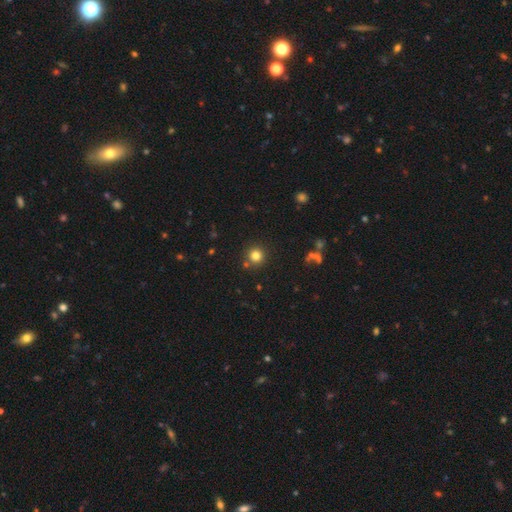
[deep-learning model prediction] A smooth galaxy with no disk features (79%) that is round (94%). Merging: none (84%).